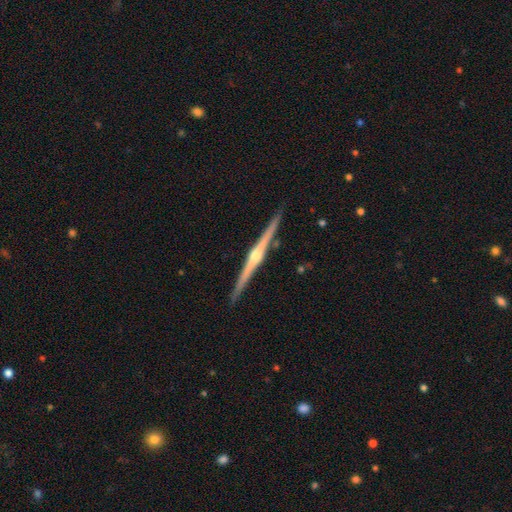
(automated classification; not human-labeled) This appears to be a featured or disk galaxy (86%) viewed edge-on (99%) with a rounded central bulge (91%). Merging: none (91%).